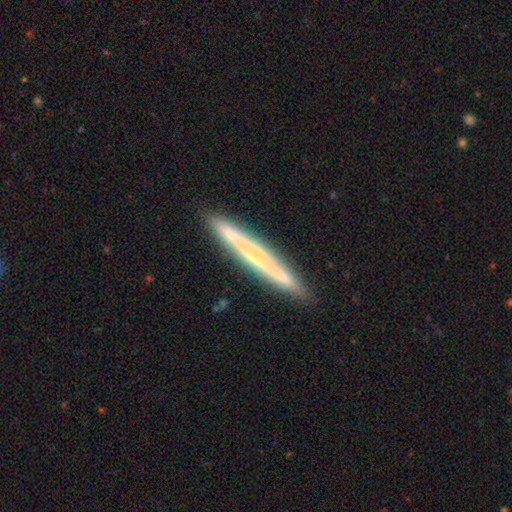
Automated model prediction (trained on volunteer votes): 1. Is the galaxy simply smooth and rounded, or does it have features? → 55% featured or disk, 39% smooth, 7% star or artifact.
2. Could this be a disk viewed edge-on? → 94% yes, 6% no.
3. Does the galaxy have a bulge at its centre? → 71% none, 21% rounded, 7% boxy.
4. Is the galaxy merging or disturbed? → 88% none, 8% minor disturbance, 2% merger, 2% major disturbance.